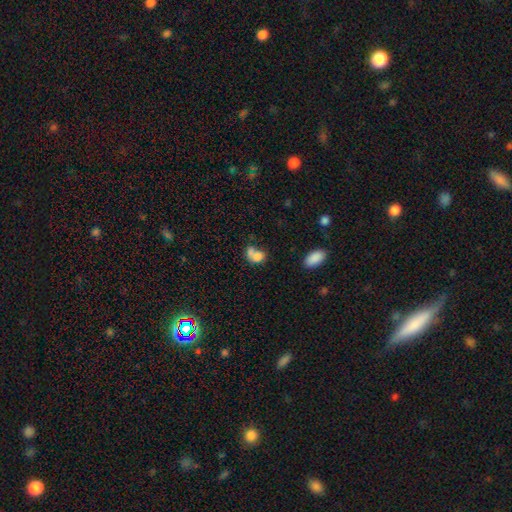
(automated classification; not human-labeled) This appears to be a smooth galaxy with no disk features (74%) that is in between round and cigar-shaped (62%). Merging: merger (59%).